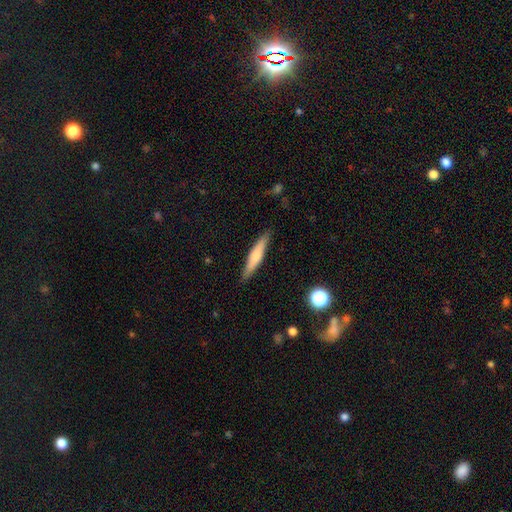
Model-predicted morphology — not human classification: A smooth galaxy with no disk features (59%) that is cigar-shaped (88%). Merging: none (88%).